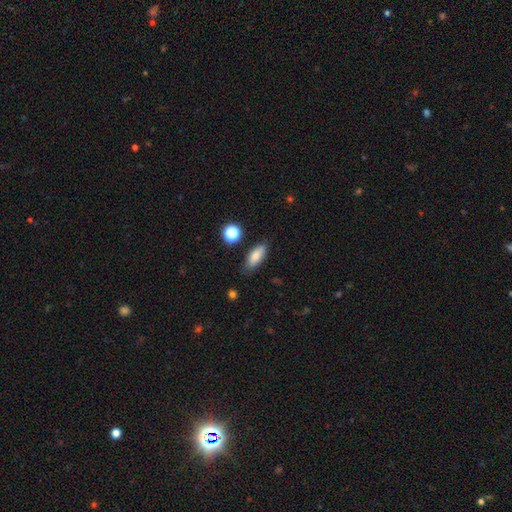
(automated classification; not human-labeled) smooth_or_featured: smooth (p=0.81) [alt: featured or disk p=0.10]
how_rounded: in between (p=0.75) [alt: cigar-shaped p=0.21]
merging: none (p=0.82) [alt: minor disturbance p=0.13]